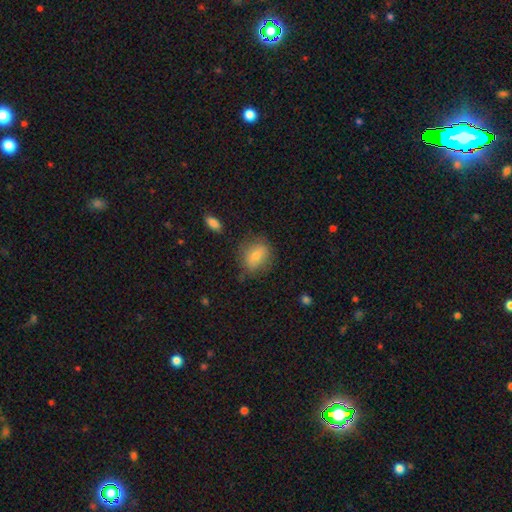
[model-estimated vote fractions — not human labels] Morphology: type=smooth (76%); roundness=in between (57%); merging=none (72%).